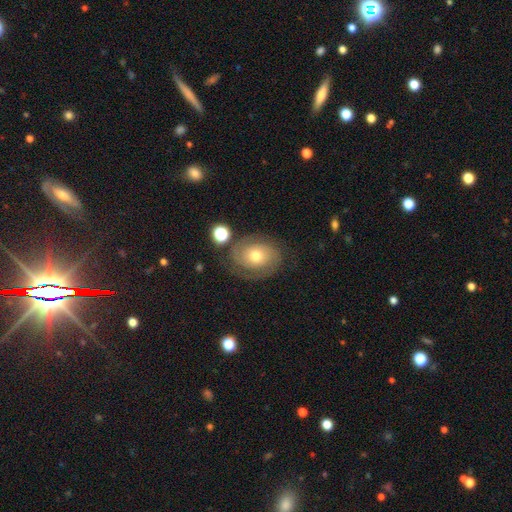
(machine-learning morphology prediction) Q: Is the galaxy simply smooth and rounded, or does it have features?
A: featured or disk — 73%.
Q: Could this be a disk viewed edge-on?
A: no — 97%.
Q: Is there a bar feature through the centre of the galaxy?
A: no — 80%.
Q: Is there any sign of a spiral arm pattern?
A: yes — 92%.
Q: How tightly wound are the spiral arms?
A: tight — 58%.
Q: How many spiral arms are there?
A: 2 — 80%.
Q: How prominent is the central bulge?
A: moderate — 68%.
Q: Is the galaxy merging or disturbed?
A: none — 74%.